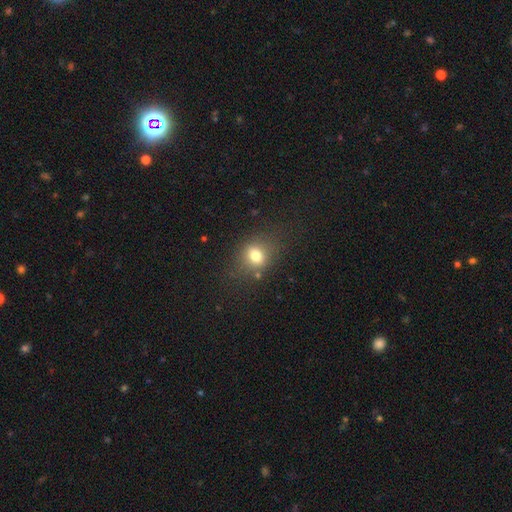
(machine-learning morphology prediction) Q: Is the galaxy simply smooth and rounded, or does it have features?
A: smooth — 75%.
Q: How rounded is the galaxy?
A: round — 58%.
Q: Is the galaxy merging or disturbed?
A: none — 73%.